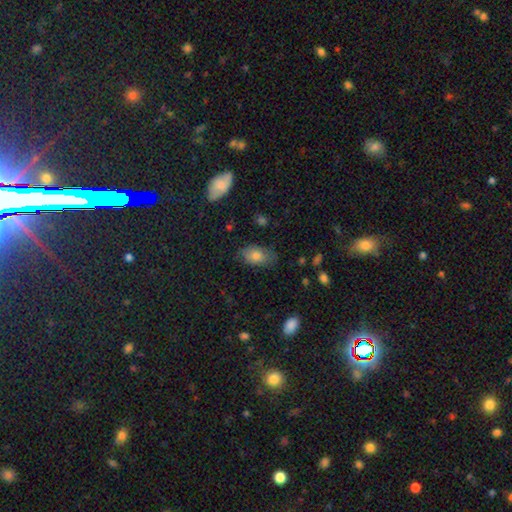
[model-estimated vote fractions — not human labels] A smooth galaxy with no disk features (76%) that is in between round and cigar-shaped (90%).

Vote fractions:
- Smooth or featured? smooth: 76% / featured or disk: 15% / star or artifact: 9%
- How rounded? in between: 90% / round: 7% / cigar-shaped: 2%
- Merging? none: 73% / minor disturbance: 21% / major disturbance: 5% / merger: 1%